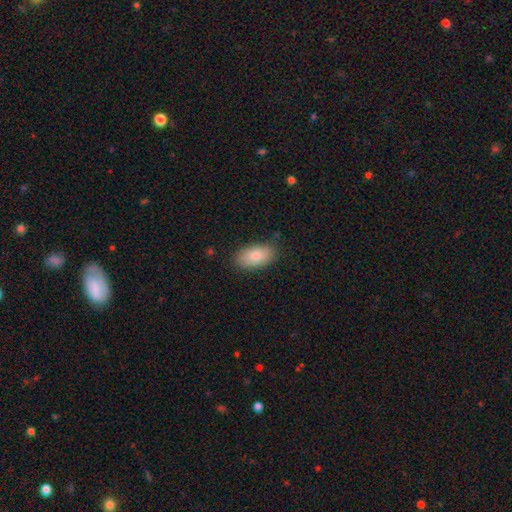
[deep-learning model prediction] smooth-or-featured: smooth: 83% | featured or disk: 10% | star or artifact: 7%
  how-rounded: in between: 94% | round: 4% | cigar-shaped: 2%
  merging: none: 82% | minor disturbance: 14% | major disturbance: 3% | merger: 1%